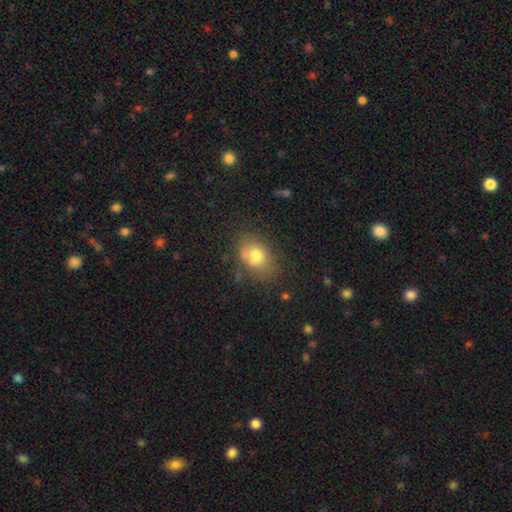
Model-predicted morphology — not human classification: smooth-or-featured: smooth: 73% | featured or disk: 17% | star or artifact: 10%
  how-rounded: in between: 69% | round: 29% | cigar-shaped: 1%
  merging: none: 58% | minor disturbance: 27% | major disturbance: 11% | merger: 4%